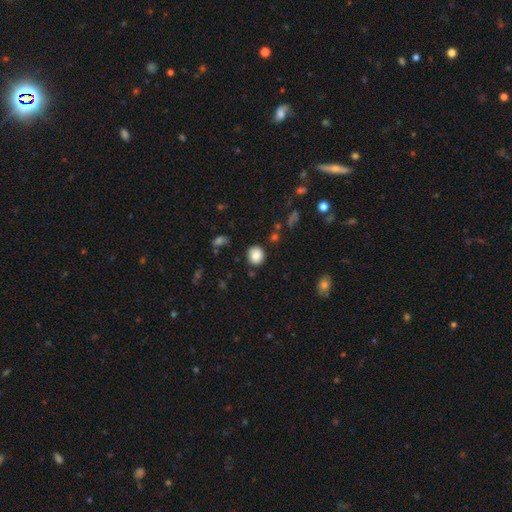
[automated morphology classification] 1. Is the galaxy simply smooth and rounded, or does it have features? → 83% smooth, 9% star or artifact, 7% featured or disk.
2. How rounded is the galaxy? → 83% round, 16% in between, 1% cigar-shaped.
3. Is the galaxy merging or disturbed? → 84% none, 11% minor disturbance, 3% merger, 3% major disturbance.